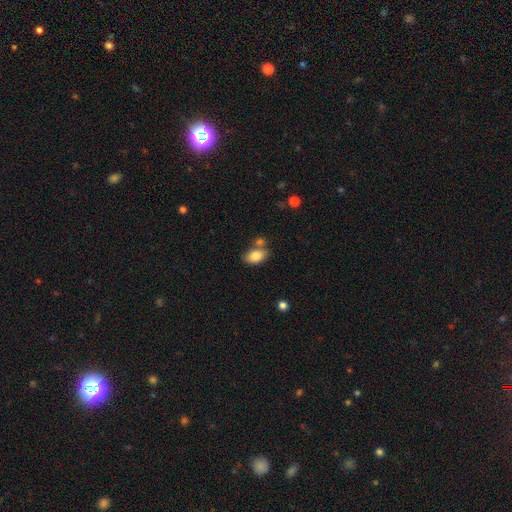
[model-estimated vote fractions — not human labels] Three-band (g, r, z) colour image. It shows a smooth galaxy with no disk features (83%) that is in between round and cigar-shaped (90%). Merging: none (63%).